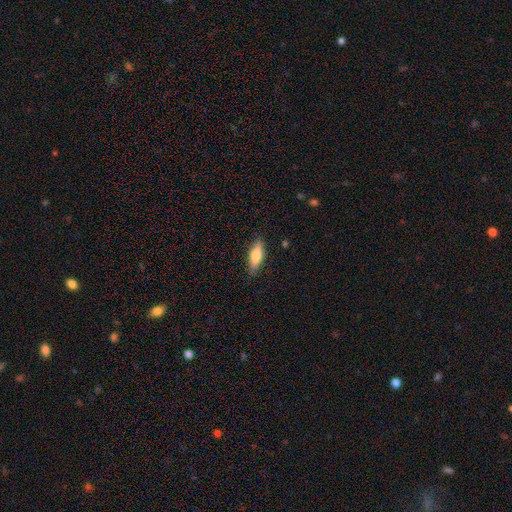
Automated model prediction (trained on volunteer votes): smooth_or_featured: smooth (p=0.74) [alt: featured or disk p=0.20]
how_rounded: in between (p=0.57) [alt: cigar-shaped p=0.41]
merging: none (p=0.86) [alt: minor disturbance p=0.11]